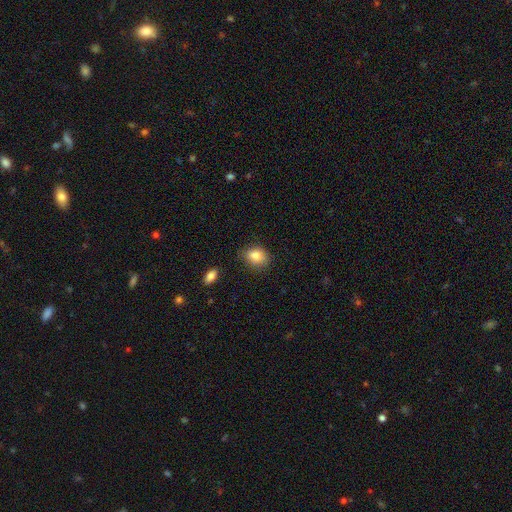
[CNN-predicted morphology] smooth_or_featured: smooth (p=0.85) [alt: star or artifact p=0.09]
how_rounded: in between (p=0.55) [alt: round p=0.44]
merging: none (p=0.76) [alt: minor disturbance p=0.18]